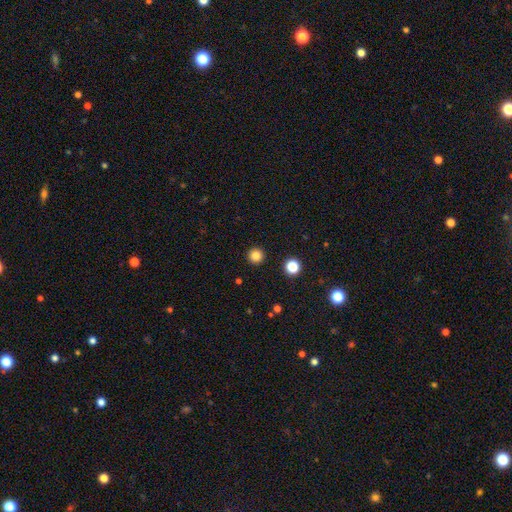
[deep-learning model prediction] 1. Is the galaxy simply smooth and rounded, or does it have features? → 83% smooth, 12% star or artifact, 4% featured or disk.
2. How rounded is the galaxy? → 96% round, 3% in between, 1% cigar-shaped.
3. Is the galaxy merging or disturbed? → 93% none, 4% minor disturbance, 2% major disturbance, 1% merger.